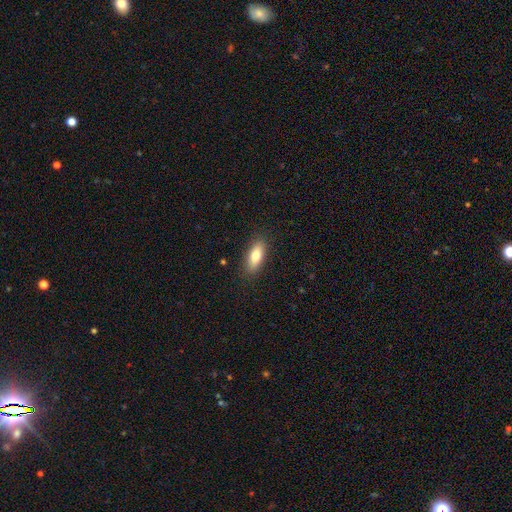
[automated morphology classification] Smooth or featured?
  - smooth: 77% *
  - featured or disk: 16%
  - star or artifact: 7%
How rounded?
  - in between: 73% *
  - cigar-shaped: 25%
  - round: 3%
Merging?
  - none: 88% *
  - minor disturbance: 9%
  - major disturbance: 2%
  - merger: 1%